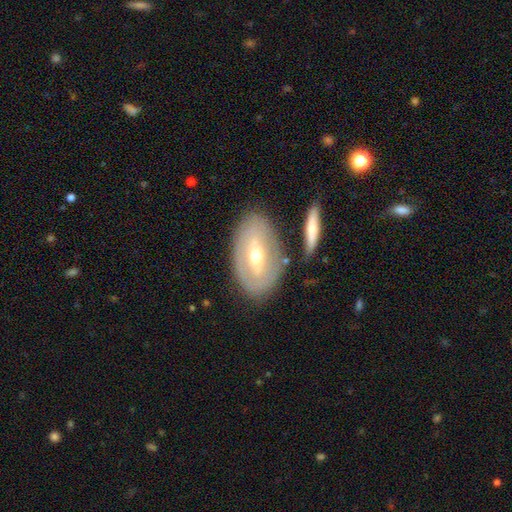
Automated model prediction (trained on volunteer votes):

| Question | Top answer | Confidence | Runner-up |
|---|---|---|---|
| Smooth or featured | featured or disk | 65% | smooth (29%) |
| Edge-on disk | no | 87% | yes (13%) |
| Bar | weak | 37% | no (33%) |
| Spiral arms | no | 56% | yes (44%) |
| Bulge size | moderate | 58% | small (39%) |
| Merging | none | 74% | minor disturbance (15%) |